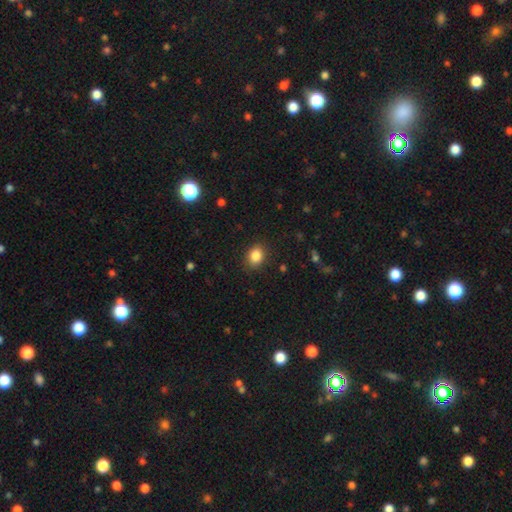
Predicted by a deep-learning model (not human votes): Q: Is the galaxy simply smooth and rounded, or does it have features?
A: smooth — 86%.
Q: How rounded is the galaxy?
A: in between — 63%.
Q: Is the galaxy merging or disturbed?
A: none — 87%.